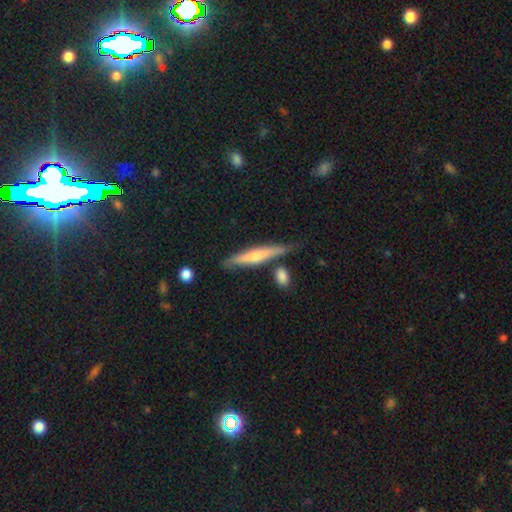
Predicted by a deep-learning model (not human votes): Overall: featured or disk (49%; smooth 45%). Merging: none (75%).